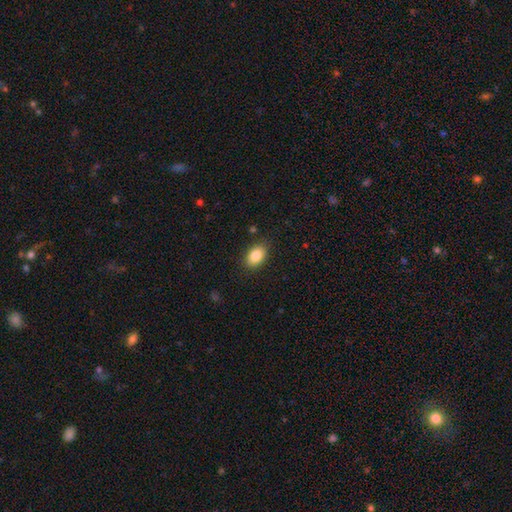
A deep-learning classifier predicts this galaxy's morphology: A smooth galaxy with no disk features (85%) that is in between round and cigar-shaped (86%). Merging: none (85%).